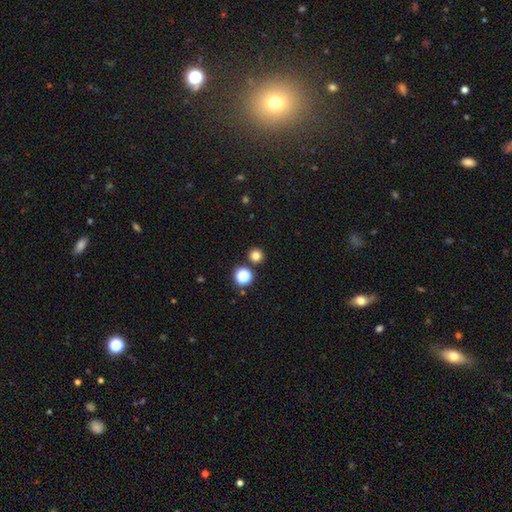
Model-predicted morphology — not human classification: Smooth or featured?
  - smooth: 78% *
  - star or artifact: 17%
  - featured or disk: 5%
How rounded?
  - round: 94% *
  - in between: 5%
  - cigar-shaped: 1%
Merging?
  - none: 88% *
  - minor disturbance: 5%
  - merger: 5%
  - major disturbance: 2%